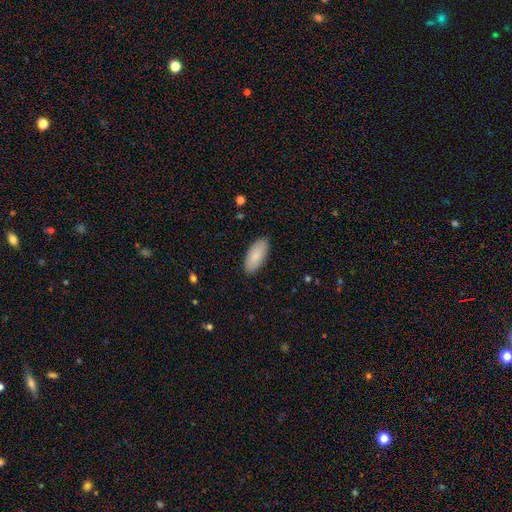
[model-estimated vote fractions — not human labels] smooth 85%, featured or disk 10%, star or artifact 5%. Down the decision tree: how rounded — in between (90%); merging — none (88%).